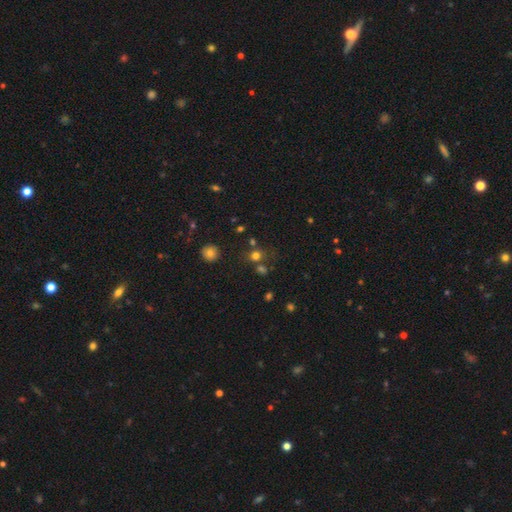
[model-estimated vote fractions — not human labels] Smooth or featured: smooth — 70% (star or artifact — 22%)
How rounded: round — 84% (in between — 15%)
Merging: none — 67% (merger — 18%)